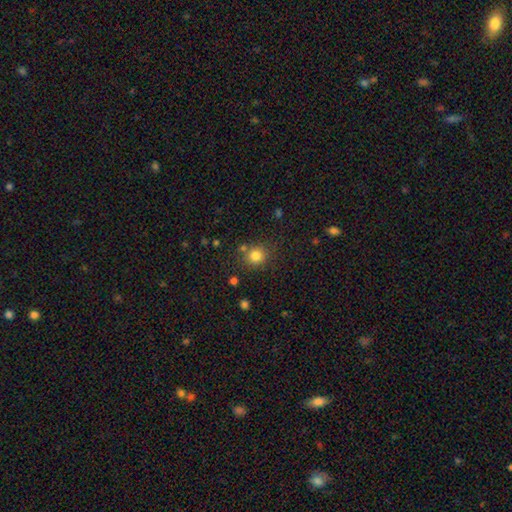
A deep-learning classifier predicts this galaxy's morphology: This appears to be a smooth galaxy with no disk features (81%) that is round (84%). Merging: none (75%).